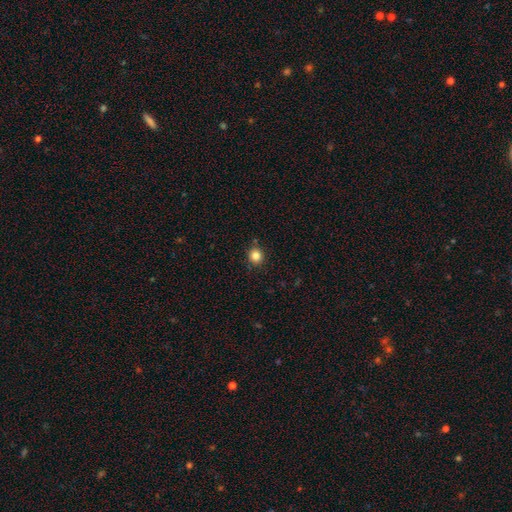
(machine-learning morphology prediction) smooth-or-featured: smooth: 84% | star or artifact: 12% | featured or disk: 5%
  how-rounded: round: 89% | in between: 11% | cigar-shaped: 1%
  merging: none: 87% | minor disturbance: 8% | merger: 3% | major disturbance: 2%